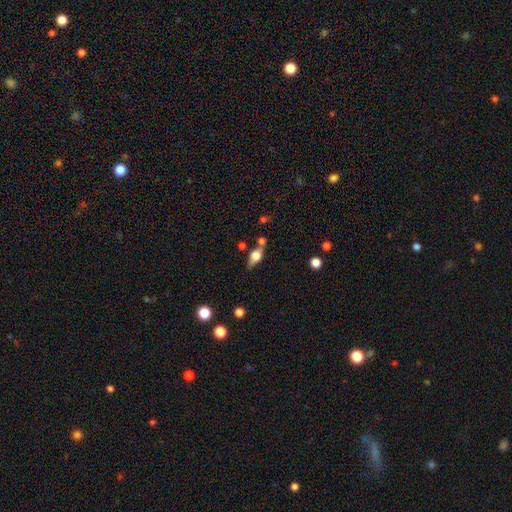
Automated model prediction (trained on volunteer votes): Smooth or featured? smooth (52%)
How rounded? in between (66%)
Merging? none (58%)